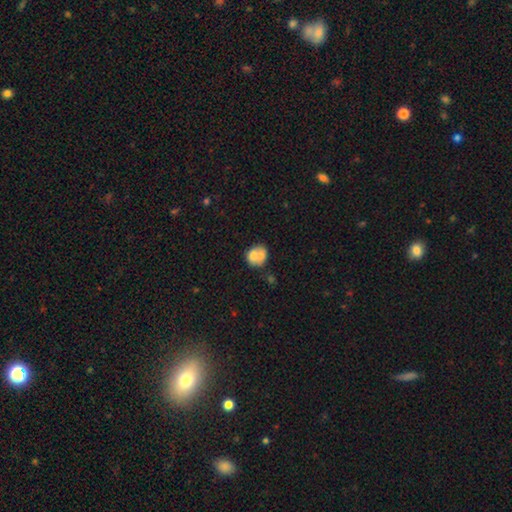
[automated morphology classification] Q: Smooth or featured?
A: smooth (68%); runner-up: featured or disk (23%)
Q: How rounded?
A: round (56%); runner-up: in between (43%)
Q: Merging?
A: merger (52%); runner-up: none (29%)